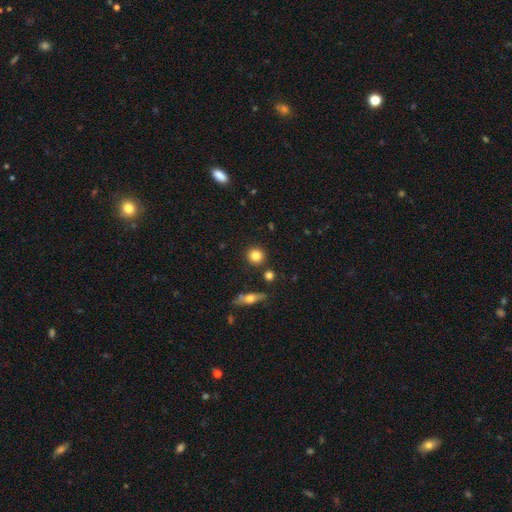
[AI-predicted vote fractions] smooth-or-featured: smooth: 82% | star or artifact: 9% | featured or disk: 8%
  how-rounded: round: 90% | in between: 9% | cigar-shaped: 1%
  merging: none: 87% | minor disturbance: 7% | merger: 5% | major disturbance: 2%